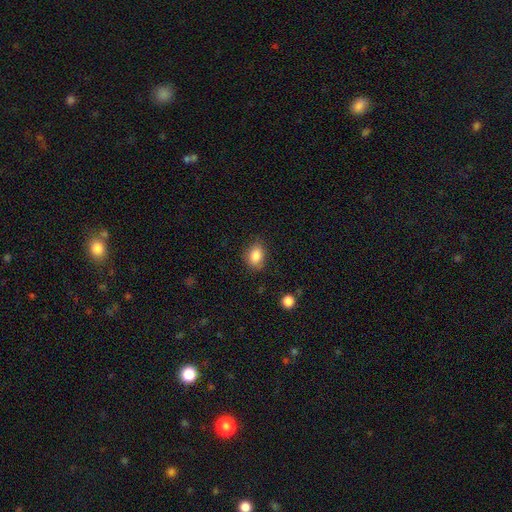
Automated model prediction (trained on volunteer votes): Smooth or featured?
  - smooth: 85% *
  - star or artifact: 9%
  - featured or disk: 6%
How rounded?
  - in between: 71% *
  - round: 27%
  - cigar-shaped: 1%
Merging?
  - none: 80% *
  - minor disturbance: 15%
  - major disturbance: 4%
  - merger: 1%